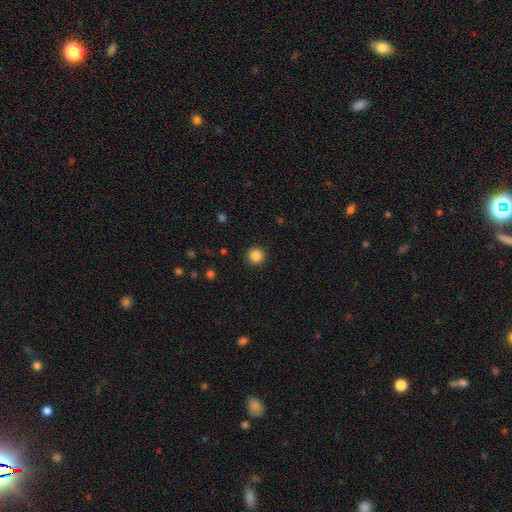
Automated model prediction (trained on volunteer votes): Smooth or featured? Predicted: smooth (p=0.85). How rounded? Predicted: round (p=0.96). Merging? Predicted: none (p=0.93).